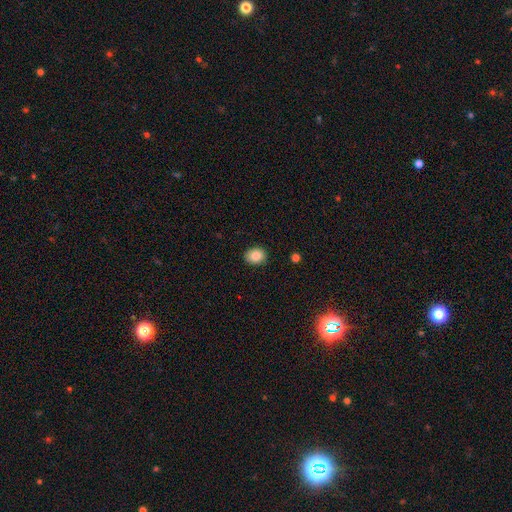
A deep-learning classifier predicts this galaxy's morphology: smooth-or-featured: smooth: 85% | star or artifact: 9% | featured or disk: 6%
  how-rounded: round: 52% | in between: 47% | cigar-shaped: 1%
  merging: none: 88% | minor disturbance: 9% | major disturbance: 2% | merger: 1%